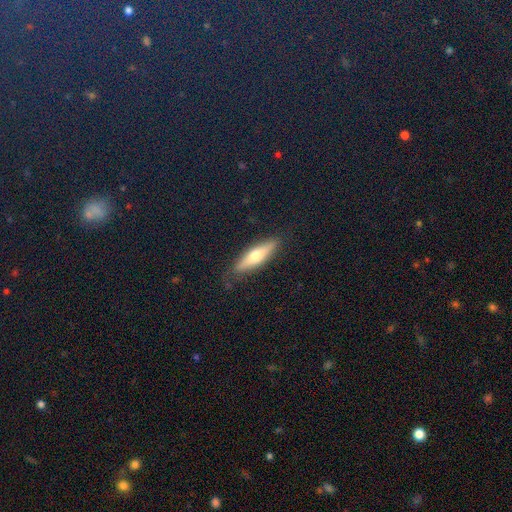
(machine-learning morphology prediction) Smooth or featured?
  - smooth: 52% *
  - featured or disk: 42%
  - star or artifact: 6%
How rounded?
  - cigar-shaped: 68% *
  - in between: 30%
  - round: 2%
Merging?
  - none: 85% *
  - minor disturbance: 11%
  - major disturbance: 3%
  - merger: 1%